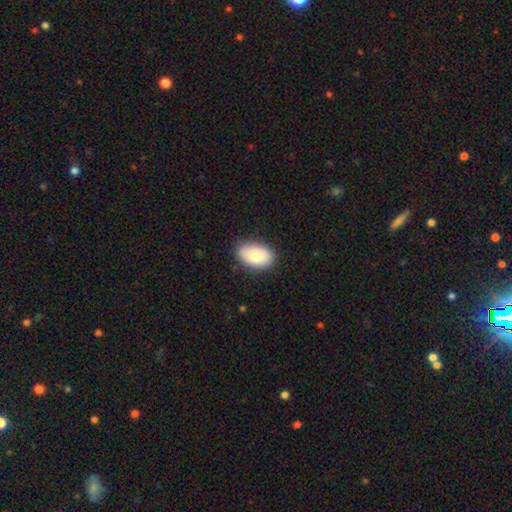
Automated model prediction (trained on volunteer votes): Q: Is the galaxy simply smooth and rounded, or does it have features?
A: smooth — 81%.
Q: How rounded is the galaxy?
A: in between — 92%.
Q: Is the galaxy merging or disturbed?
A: none — 82%.